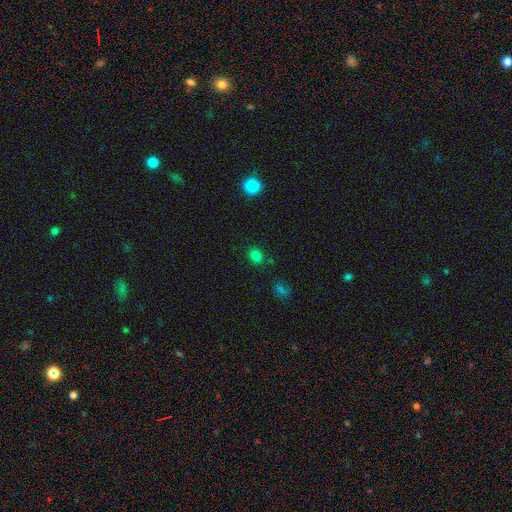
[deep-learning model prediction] Smooth or featured?
  - smooth: 79% *
  - star or artifact: 16%
  - featured or disk: 5%
How rounded?
  - round: 50% *
  - in between: 48%
  - cigar-shaped: 1%
Merging?
  - none: 79% *
  - minor disturbance: 12%
  - merger: 5%
  - major disturbance: 3%